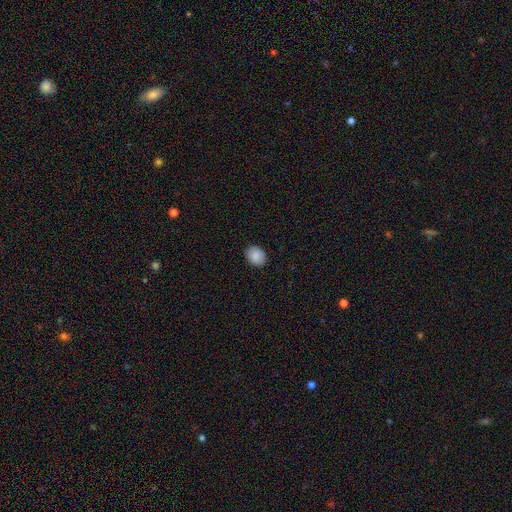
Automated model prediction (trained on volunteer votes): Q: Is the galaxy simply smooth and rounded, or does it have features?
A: smooth — 85%.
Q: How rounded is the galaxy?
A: in between — 58%.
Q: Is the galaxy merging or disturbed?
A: none — 89%.